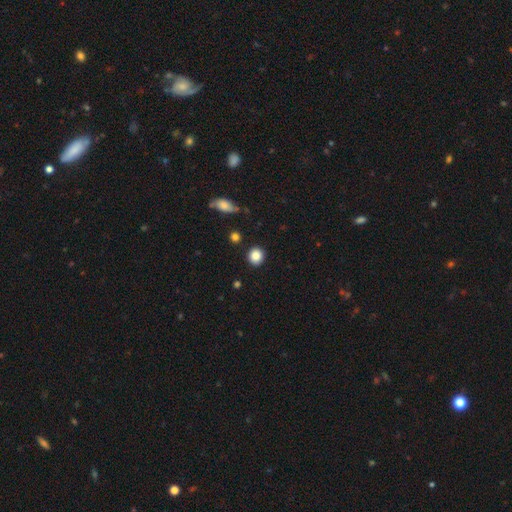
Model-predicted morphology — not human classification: Smooth or featured: smooth — 86% (star or artifact — 9%)
How rounded: round — 85% (in between — 14%)
Merging: none — 89% (minor disturbance — 7%)